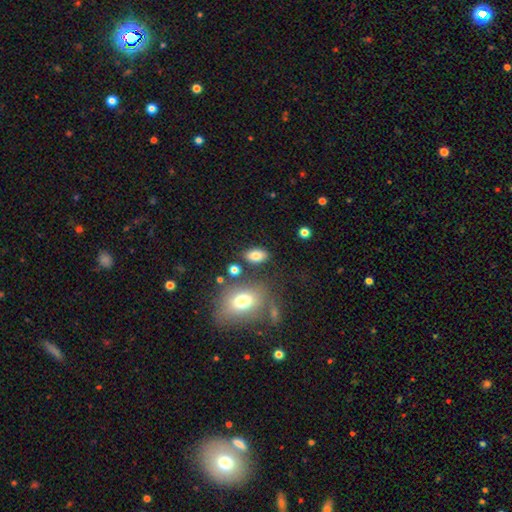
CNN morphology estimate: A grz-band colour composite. It shows a smooth galaxy with no disk features (81%) that is in between round and cigar-shaped (88%). Merging: none (78%).